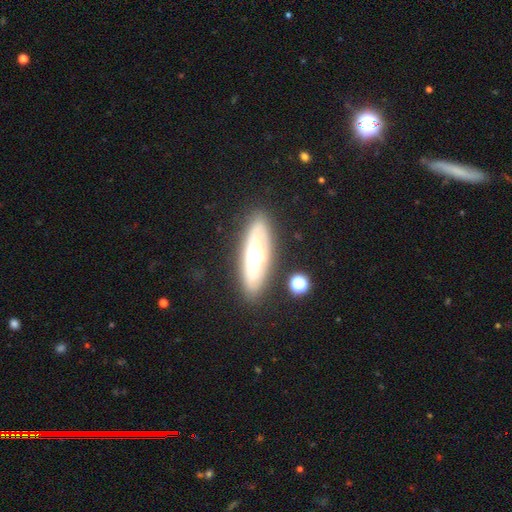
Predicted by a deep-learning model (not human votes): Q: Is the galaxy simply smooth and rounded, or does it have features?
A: featured or disk — 48%.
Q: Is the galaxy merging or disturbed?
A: none — 84%.